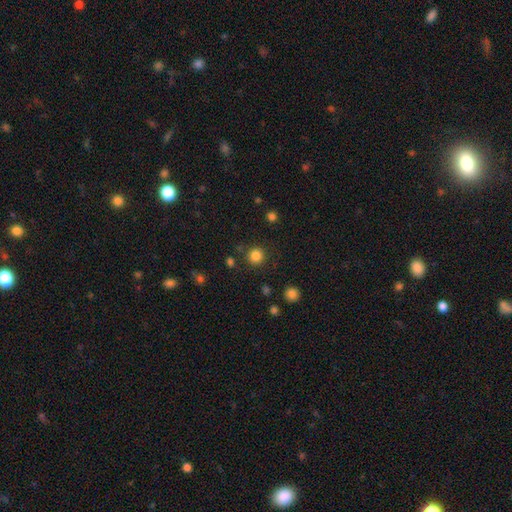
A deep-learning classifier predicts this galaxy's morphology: The model was most divided on "smooth or featured": smooth: 84%, star or artifact: 13%, featured or disk: 4%. More confident: how rounded — round (94%); merging — none (88%).